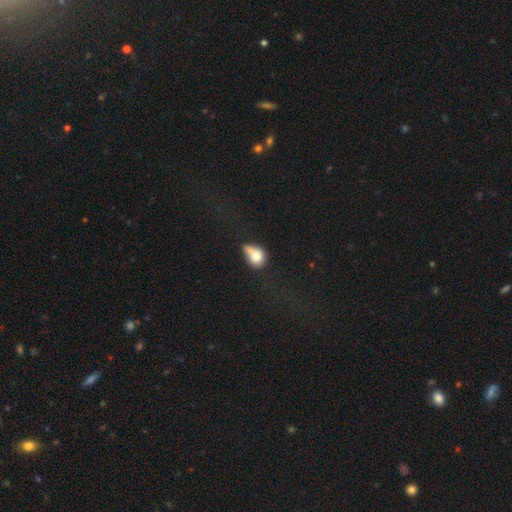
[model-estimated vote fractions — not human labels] The model was most divided on "merging" (2-way tie): minor disturbance: 27%, merger: 27%, none: 25%, major disturbance: 21%. More confident: smooth or featured — smooth (73%); how rounded — in between (55%).